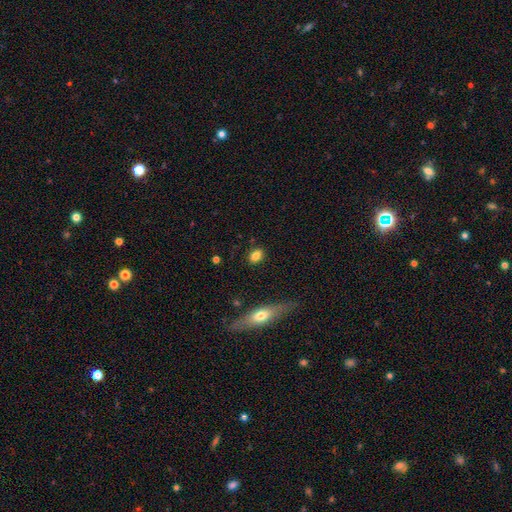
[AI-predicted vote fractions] A smooth galaxy with no disk features (81%) that is in between round and cigar-shaped (66%).

Vote fractions:
- Smooth or featured? smooth: 81% / featured or disk: 10% / star or artifact: 9%
- How rounded? in between: 66% / round: 31% / cigar-shaped: 3%
- Merging? none: 86% / minor disturbance: 10% / major disturbance: 3% / merger: 2%